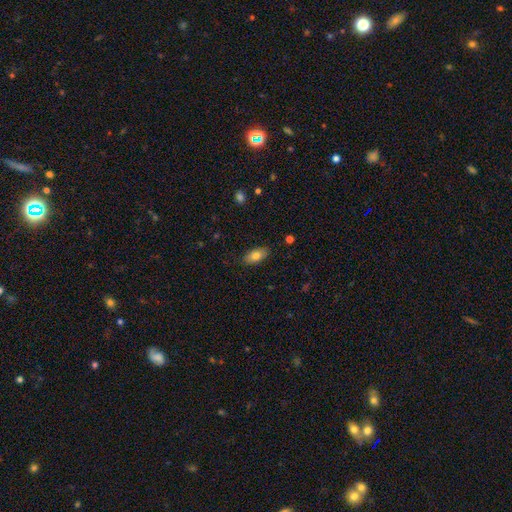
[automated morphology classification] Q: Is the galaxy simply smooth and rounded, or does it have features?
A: smooth — 78%.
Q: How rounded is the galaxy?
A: in between — 89%.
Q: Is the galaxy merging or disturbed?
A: none — 85%.